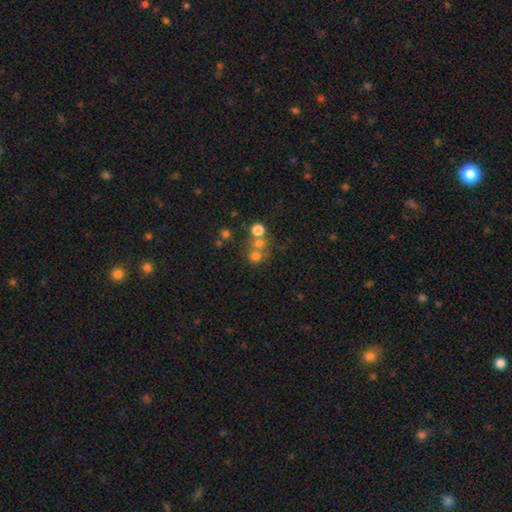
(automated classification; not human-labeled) Morphology: type=smooth (68%); roundness=round (84%); merging=none (46%).